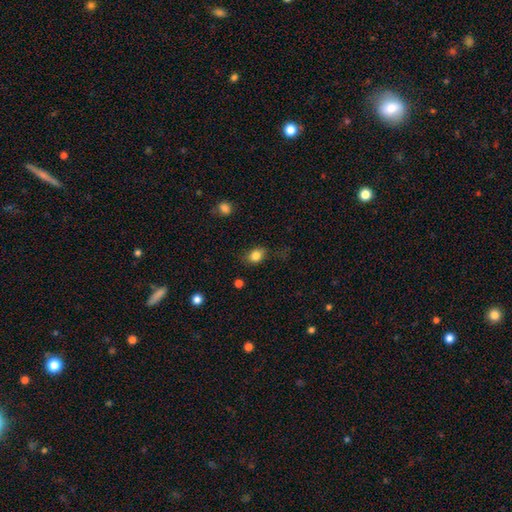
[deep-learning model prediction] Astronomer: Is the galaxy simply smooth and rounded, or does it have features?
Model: smooth — 83%.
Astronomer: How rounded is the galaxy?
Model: in between — 61% (runner-up: round, 37%).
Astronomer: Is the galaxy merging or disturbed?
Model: none — 72%.